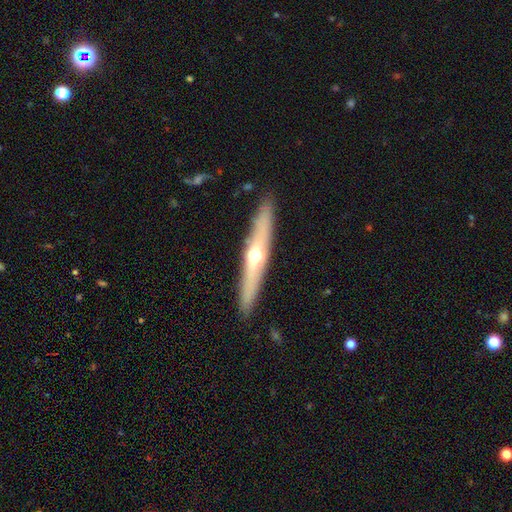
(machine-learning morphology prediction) Smooth or featured: featured or disk — 59% (smooth — 35%)
Edge-on disk: yes — 89% (no — 11%)
Edge-on bulge: rounded — 87% (none — 10%)
Merging: none — 88% (minor disturbance — 8%)